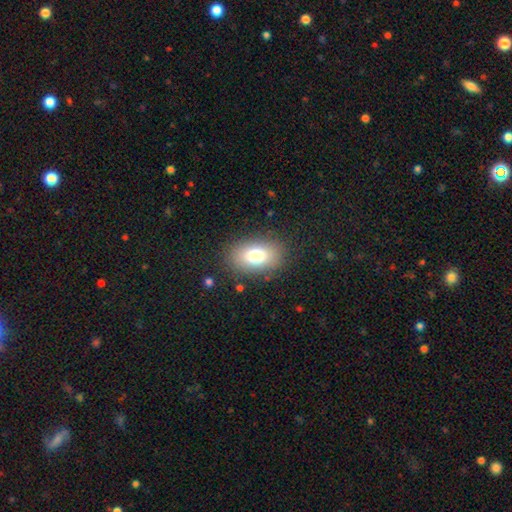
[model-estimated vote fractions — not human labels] smooth 77%, featured or disk 13%, star or artifact 10%. Down the decision tree: how rounded — in between (83%); merging — none (85%).